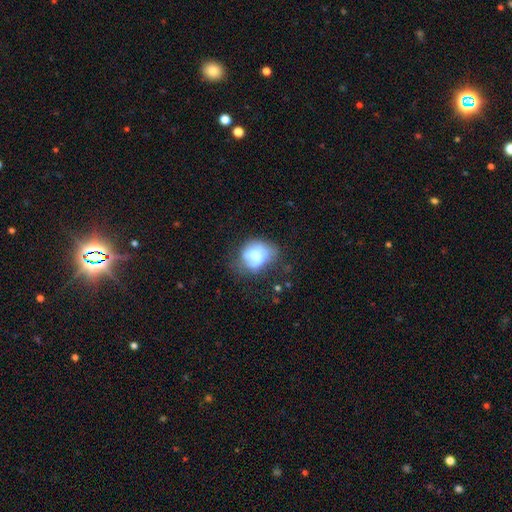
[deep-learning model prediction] This is possibly a smooth galaxy (58%). How rounded: possibly round (51%). Merging: marginally none (43%).